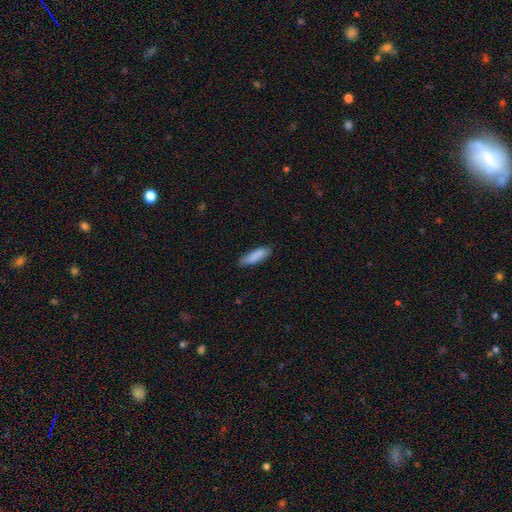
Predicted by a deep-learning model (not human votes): A smooth galaxy with no disk features (87%) that is cigar-shaped (57%).

Vote fractions:
- Smooth or featured? smooth: 87% / featured or disk: 7% / star or artifact: 6%
- How rounded? cigar-shaped: 57% / in between: 41% / round: 1%
- Merging? none: 79% / minor disturbance: 17% / major disturbance: 3% / merger: 1%